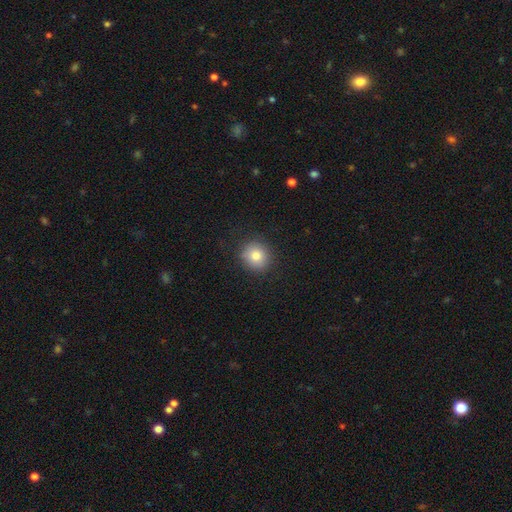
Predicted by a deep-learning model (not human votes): Smooth or featured: smooth — 81% (star or artifact — 10%)
How rounded: round — 86% (in between — 13%)
Merging: none — 89% (minor disturbance — 8%)